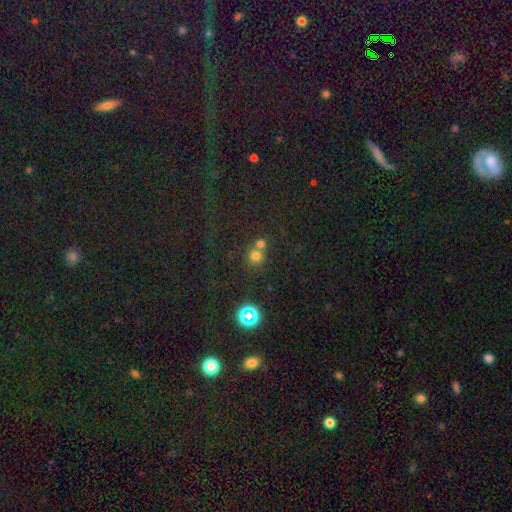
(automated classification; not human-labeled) Smooth or featured? smooth (68%)
How rounded? round (88%)
Merging? none (47%)